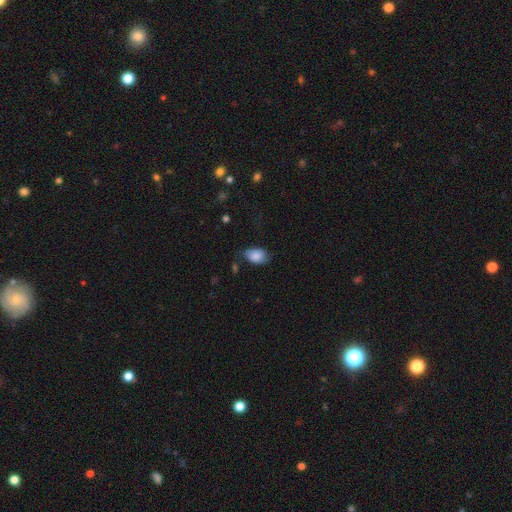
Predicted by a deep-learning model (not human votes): A smooth galaxy with no disk features (81%) that is in between round and cigar-shaped (86%). Merging: none (60%).